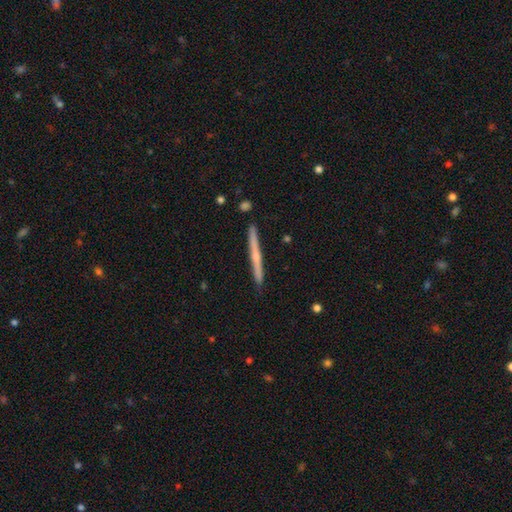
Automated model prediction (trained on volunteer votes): Smooth or featured?
  - featured or disk: 60% *
  - smooth: 34%
  - star or artifact: 6%
Edge-on disk?
  - yes: 98% *
  - no: 2%
Edge-on bulge?
  - rounded: 49% *
  - none: 47%
  - boxy: 4%
Merging?
  - none: 91% *
  - minor disturbance: 7%
  - merger: 2%
  - major disturbance: 1%